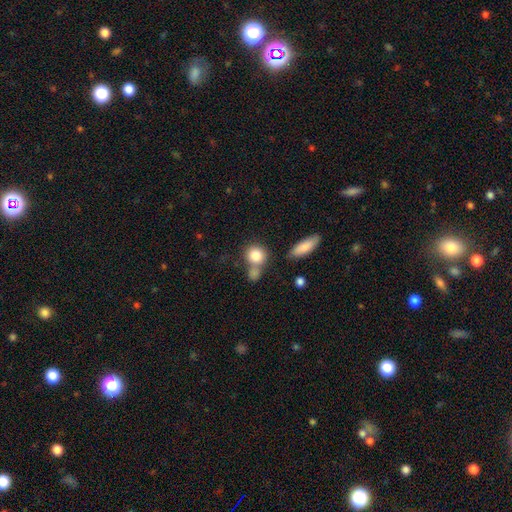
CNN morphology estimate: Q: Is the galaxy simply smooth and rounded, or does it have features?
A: smooth — 83%.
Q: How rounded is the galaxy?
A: round — 77%.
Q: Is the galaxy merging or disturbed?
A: none — 51%.